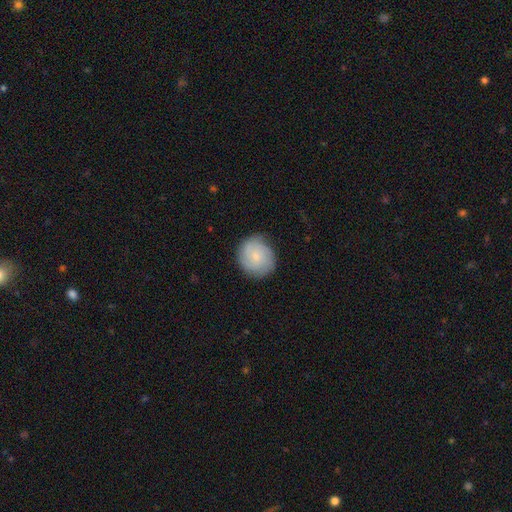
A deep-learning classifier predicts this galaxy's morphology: type=smooth (59%); roundness=round (82%); merging=none (76%).